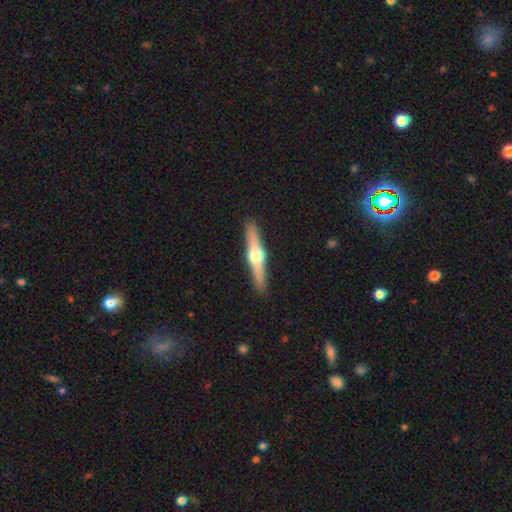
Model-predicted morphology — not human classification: The model was most divided on "smooth or featured": featured or disk: 69%, smooth: 26%, star or artifact: 5%. More confident: edge-on disk — yes (97%); edge-on bulge — rounded (95%); merging — none (91%).